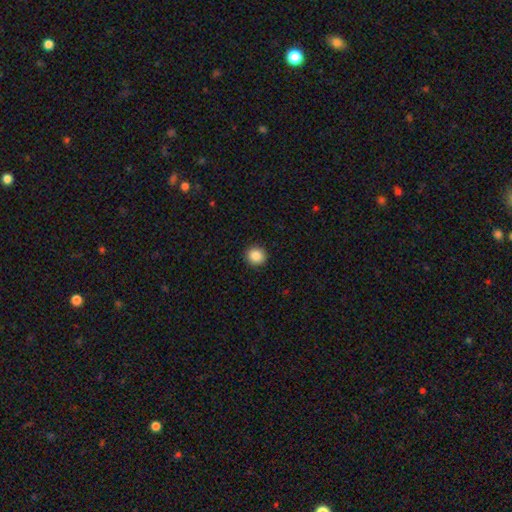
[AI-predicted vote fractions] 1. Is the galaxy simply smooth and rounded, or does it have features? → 87% smooth, 9% star or artifact, 4% featured or disk.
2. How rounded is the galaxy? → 91% round, 8% in between, 1% cigar-shaped.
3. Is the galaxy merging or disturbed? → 92% none, 5% minor disturbance, 2% major disturbance, 1% merger.